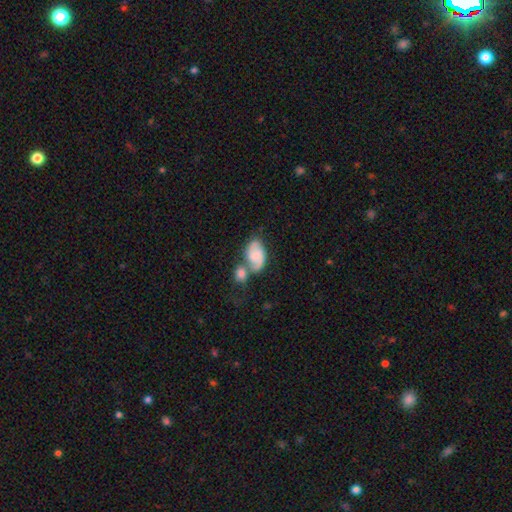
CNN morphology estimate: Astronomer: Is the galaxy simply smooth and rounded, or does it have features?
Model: featured or disk — 58% (runner-up: smooth, 35%).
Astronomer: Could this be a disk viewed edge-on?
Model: no — 97%.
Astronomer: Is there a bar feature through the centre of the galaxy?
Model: no — 61%.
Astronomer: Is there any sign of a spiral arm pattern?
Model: yes — 88%.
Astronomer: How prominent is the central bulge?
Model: small — 43% (runner-up: moderate, 25%).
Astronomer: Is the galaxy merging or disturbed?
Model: merger — 50% (runner-up: none, 28%).